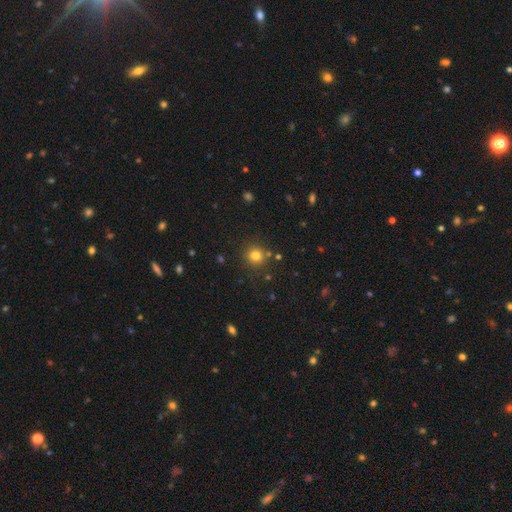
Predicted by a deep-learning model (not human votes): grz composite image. It shows a smooth galaxy with no disk features (79%) that is round (91%). Merging: none (84%).